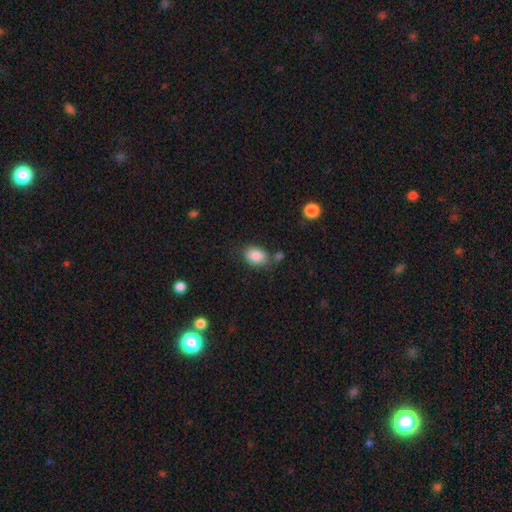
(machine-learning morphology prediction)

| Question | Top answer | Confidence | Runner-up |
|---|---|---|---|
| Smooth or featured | smooth | 87% | star or artifact (8%) |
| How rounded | in between | 78% | round (21%) |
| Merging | none | 68% | minor disturbance (18%) |